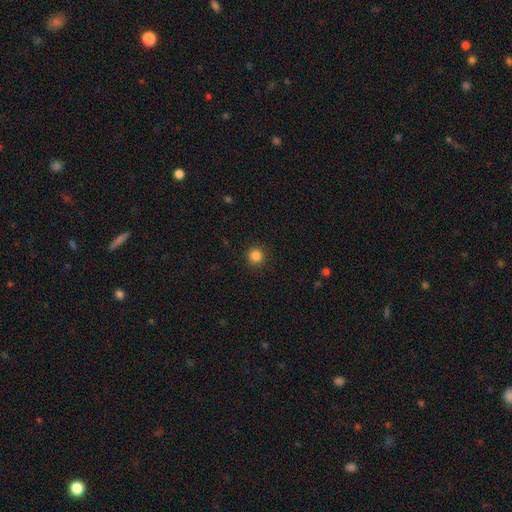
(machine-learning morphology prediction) This is clearly a smooth galaxy (85%). How rounded: clearly round (95%). Merging: clearly none (92%).